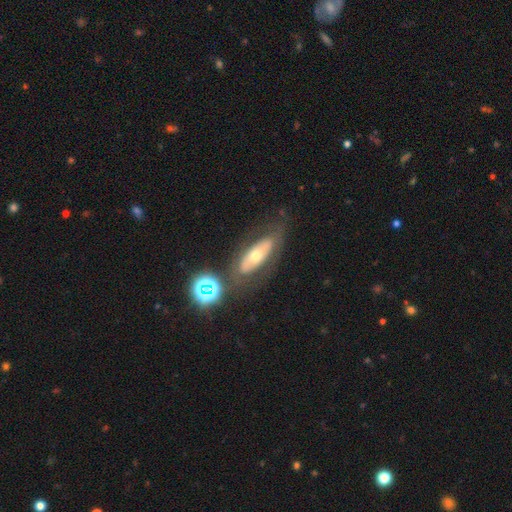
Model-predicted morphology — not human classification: smooth-or-featured: featured or disk: 55% | smooth: 34% | star or artifact: 11%
  disk-edge-on: no: 77% | yes: 23%
  merging: none: 67% | minor disturbance: 16% | major disturbance: 11% | merger: 6%